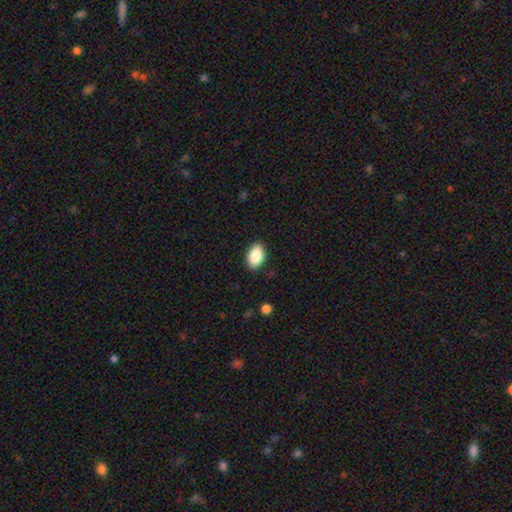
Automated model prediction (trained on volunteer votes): A smooth galaxy with no disk features (88%) that is in between round and cigar-shaped (90%). Merging: none (88%).